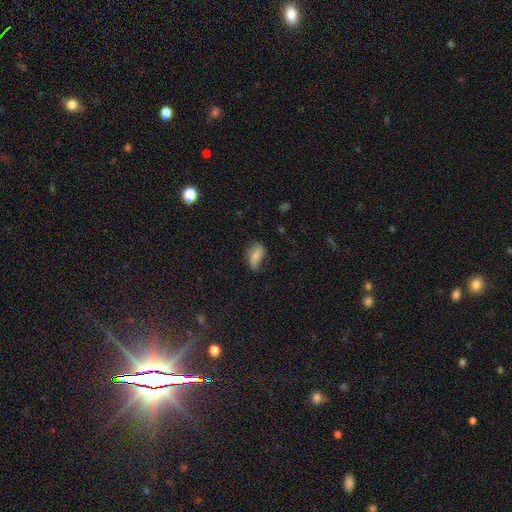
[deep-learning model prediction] This appears to be a smooth galaxy with no disk features (59%) that is in between round and cigar-shaped (88%). Merging: none (59%).